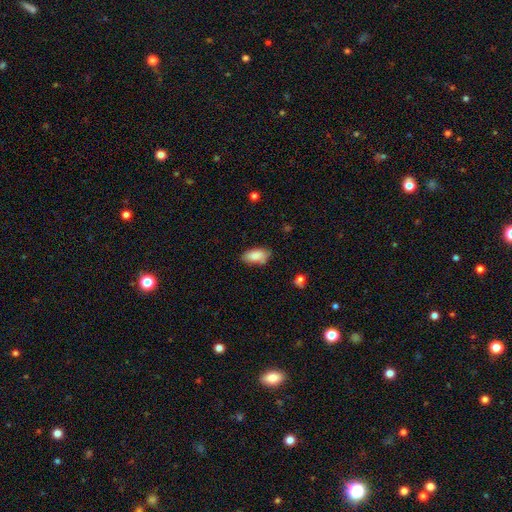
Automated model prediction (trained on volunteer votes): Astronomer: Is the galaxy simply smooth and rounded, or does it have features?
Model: smooth — 86%.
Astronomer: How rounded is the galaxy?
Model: in between — 92%.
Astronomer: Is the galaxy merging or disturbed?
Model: none — 70%.